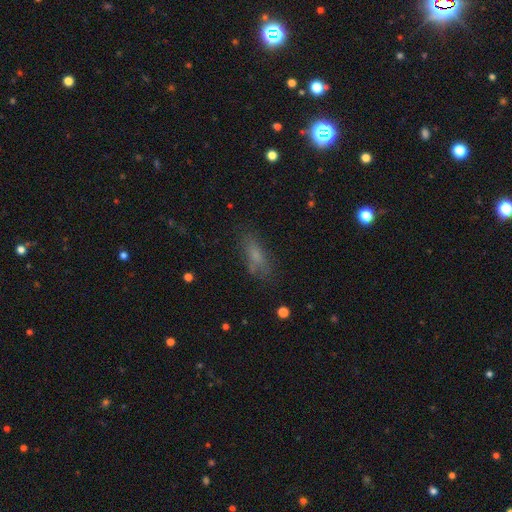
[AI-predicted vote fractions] This is likely a smooth galaxy (67%). How rounded: likely in between (65%). Merging: likely none (69%).